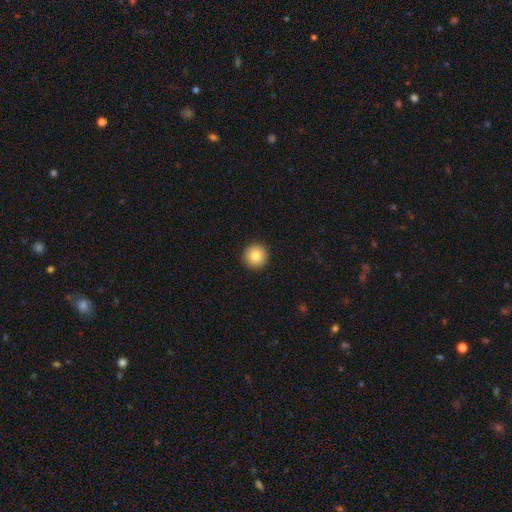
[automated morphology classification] smooth_or_featured: smooth (p=0.85) [alt: star or artifact p=0.09]
how_rounded: round (p=0.96) [alt: in between p=0.03]
merging: none (p=0.94) [alt: minor disturbance p=0.04]